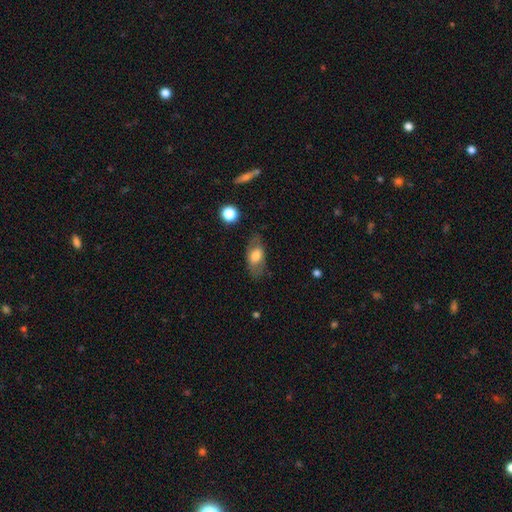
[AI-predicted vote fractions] A smooth galaxy with no disk features (66%) that is in between round and cigar-shaped (87%). Merging: none (73%).